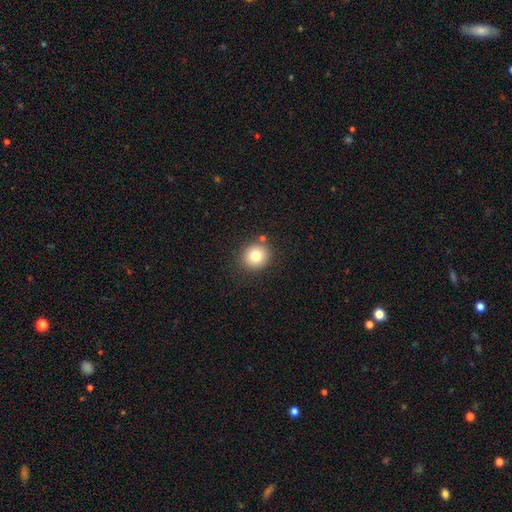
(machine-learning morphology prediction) smooth 80%, star or artifact 11%, featured or disk 9%. Down the decision tree: how rounded — round (86%); merging — none (85%).